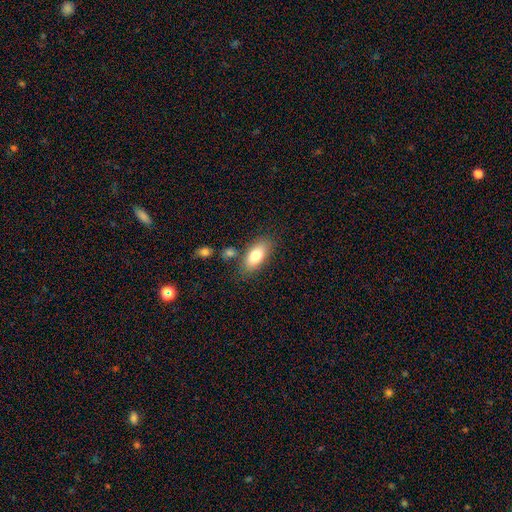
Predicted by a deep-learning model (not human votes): Smooth or featured: smooth — 80% (featured or disk — 13%)
How rounded: in between — 87% (cigar-shaped — 9%)
Merging: none — 75% (minor disturbance — 14%)